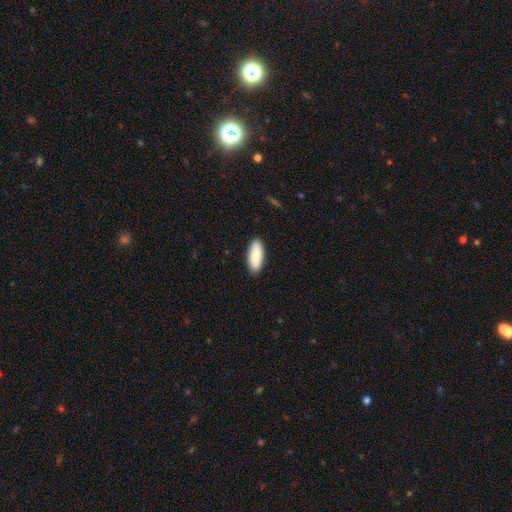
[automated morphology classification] Overall: smooth (85%). How rounded: in between (74%). Merging: none (89%).